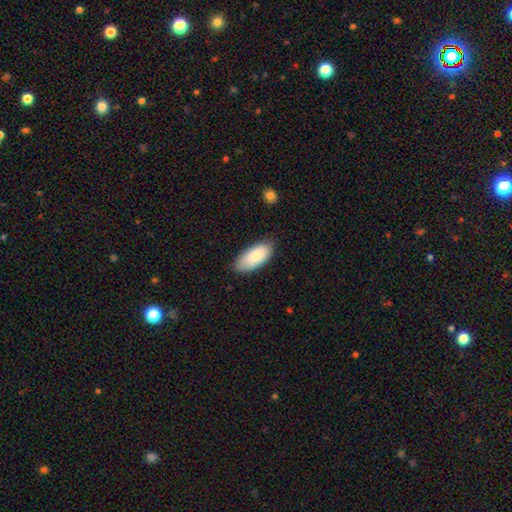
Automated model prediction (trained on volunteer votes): The model was most divided on "merging": none: 79%, minor disturbance: 17%, major disturbance: 3%, merger: 1%. More confident: how rounded — in between (91%); smooth or featured — smooth (84%).